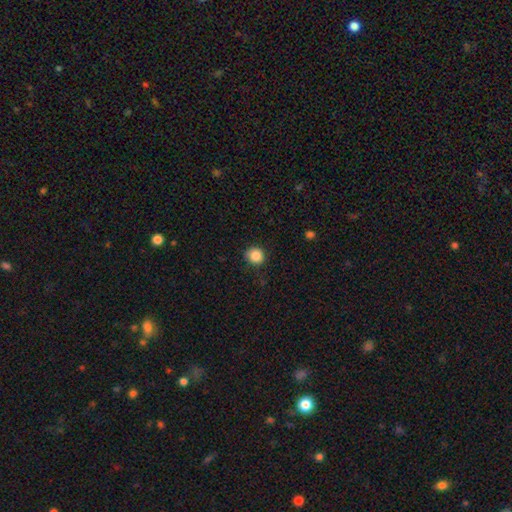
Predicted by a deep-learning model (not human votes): Q: Smooth or featured?
A: smooth (87%); runner-up: star or artifact (10%)
Q: How rounded?
A: round (91%); runner-up: in between (8%)
Q: Merging?
A: none (86%); runner-up: minor disturbance (11%)